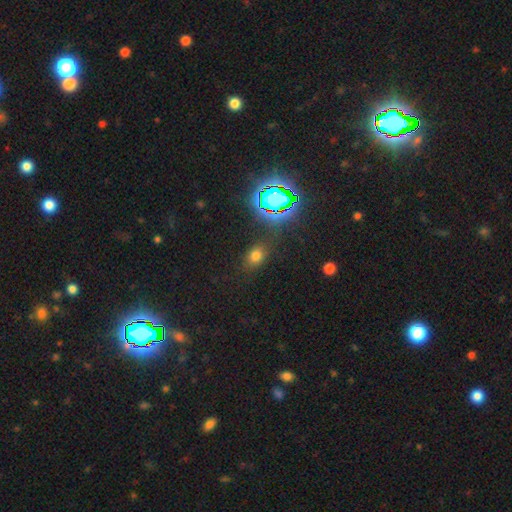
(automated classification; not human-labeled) Morphology: type=smooth (64%); roundness=in between (63%); merging=none (81%).